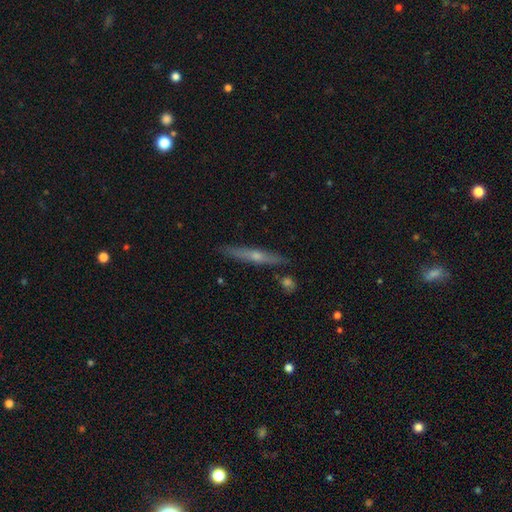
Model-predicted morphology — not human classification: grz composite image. It shows a featured or disk galaxy (65%) viewed edge-on (95%) with a rounded central bulge (78%). Merging: none (87%).